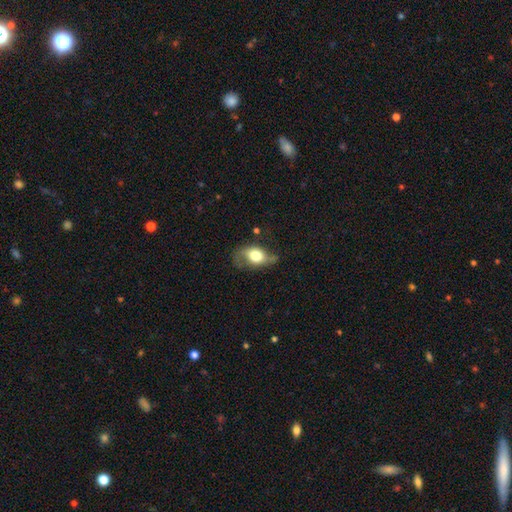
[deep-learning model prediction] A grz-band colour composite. It shows a smooth galaxy with no disk features (59%) that is in between round and cigar-shaped (77%). Merging: none (46%).